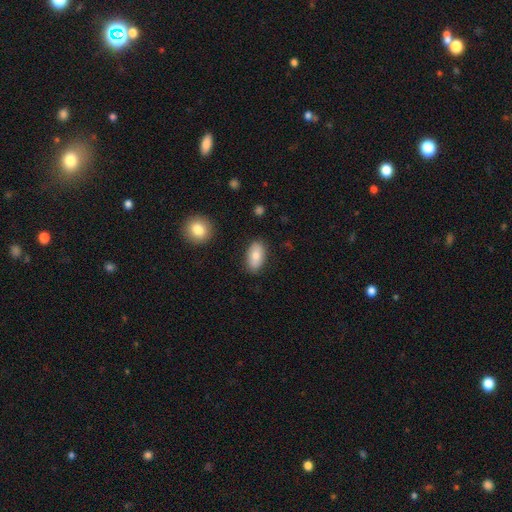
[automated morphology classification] Smooth or featured? smooth (79%)
How rounded? in between (92%)
Merging? none (84%)